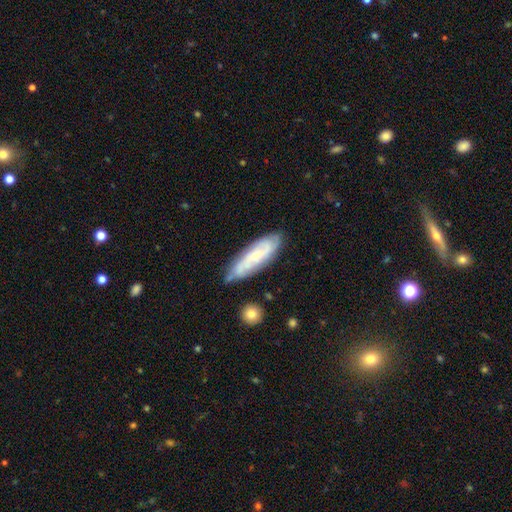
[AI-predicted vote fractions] Overall: featured or disk (65%; smooth 28%). Edge-on disk: no (80%). Bar: no (60%; weak 31%). Spiral arms: yes (89%). Bulge size: small (67%). Merging: none (76%).